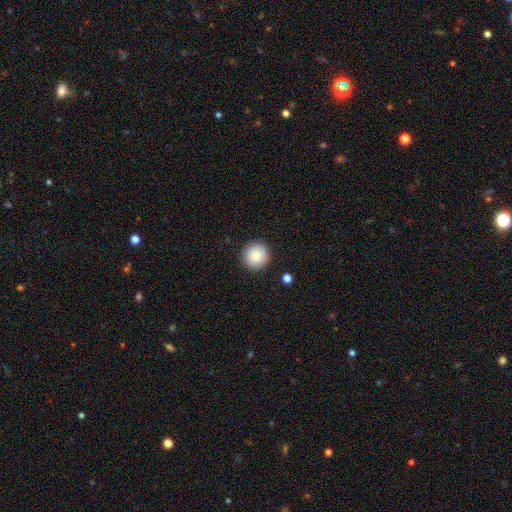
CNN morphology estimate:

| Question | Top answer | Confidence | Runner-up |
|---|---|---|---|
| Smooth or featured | smooth | 79% | featured or disk (12%) |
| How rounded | round | 95% | in between (4%) |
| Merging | none | 91% | minor disturbance (6%) |